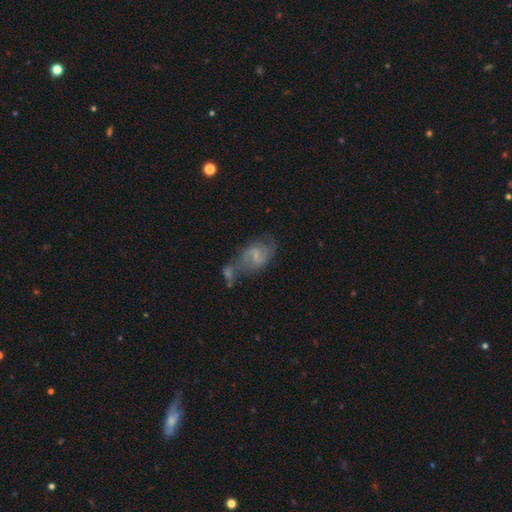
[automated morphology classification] type=featured or disk (75%); edge-on=no (97%); bar=weak (59%); spiral arms=yes (90%); winding=medium (48%); arm count=2 (84%); bulge=small (51%); merging=none (39%).